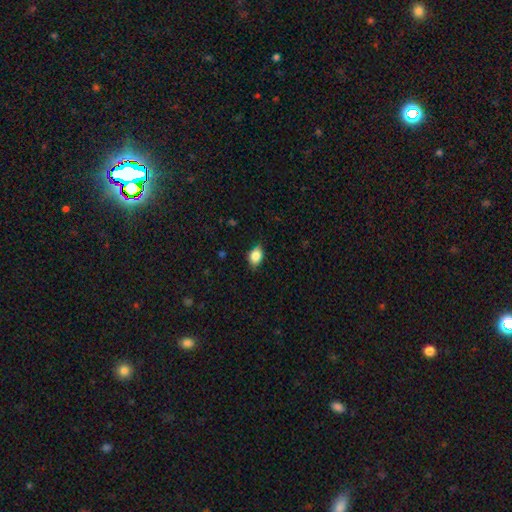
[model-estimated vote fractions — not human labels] Smooth or featured: smooth — 83% (featured or disk — 9%)
How rounded: in between — 75% (round — 23%)
Merging: none — 75% (minor disturbance — 21%)